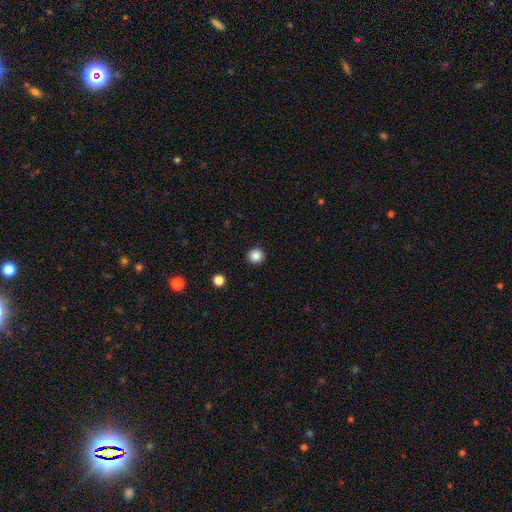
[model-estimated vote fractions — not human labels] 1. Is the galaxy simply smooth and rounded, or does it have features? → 86% smooth, 11% star or artifact, 3% featured or disk.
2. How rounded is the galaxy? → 95% round, 4% in between, 1% cigar-shaped.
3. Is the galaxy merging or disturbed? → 93% none, 5% minor disturbance, 2% major disturbance, 1% merger.